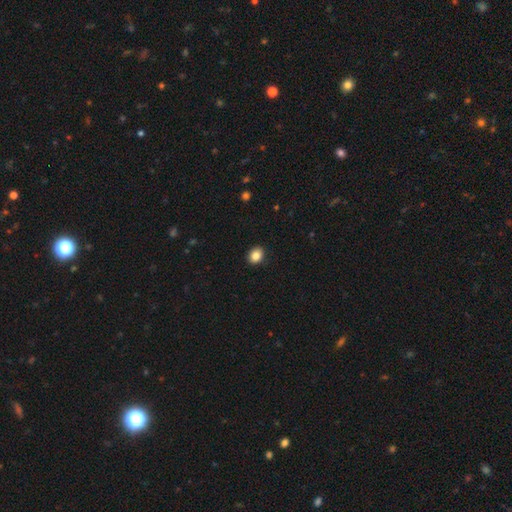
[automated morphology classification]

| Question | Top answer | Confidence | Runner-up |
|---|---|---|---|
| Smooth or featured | smooth | 86% | star or artifact (9%) |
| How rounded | round | 56% | in between (43%) |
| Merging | none | 91% | minor disturbance (6%) |